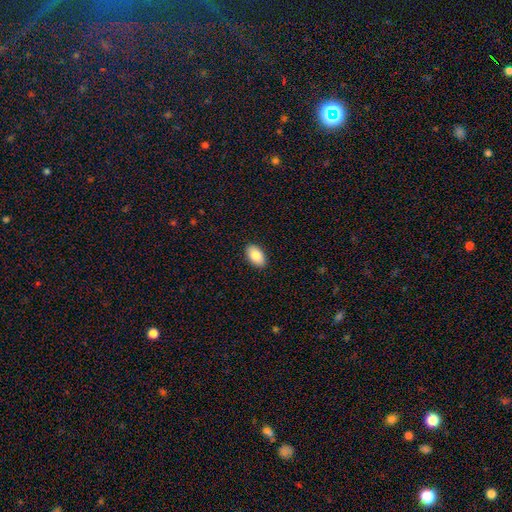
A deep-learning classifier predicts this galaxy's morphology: The model was most divided on "smooth or featured": smooth: 84%, featured or disk: 9%, star or artifact: 7%. More confident: how rounded — in between (94%); merging — none (90%).